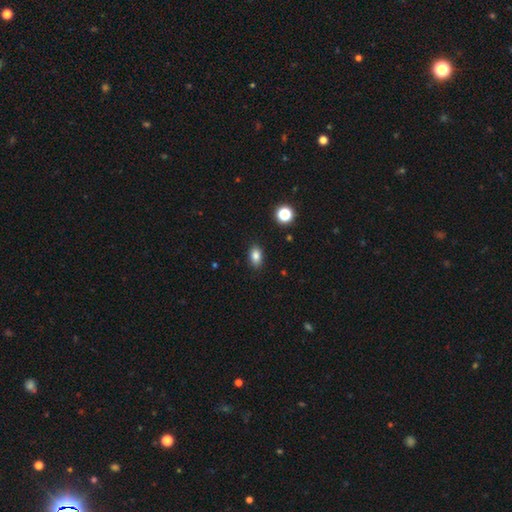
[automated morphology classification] smooth-or-featured: smooth: 83% | star or artifact: 11% | featured or disk: 6%
  how-rounded: in between: 84% | round: 14% | cigar-shaped: 2%
  merging: none: 88% | minor disturbance: 9% | major disturbance: 2% | merger: 1%